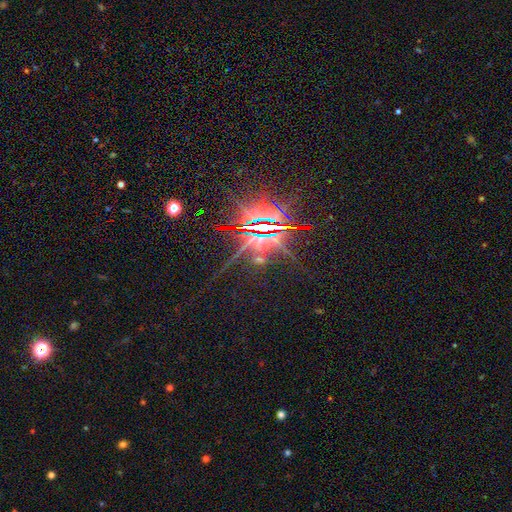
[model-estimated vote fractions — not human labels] Smooth or featured?
  - star or artifact: 82% *
  - featured or disk: 12%
  - smooth: 5%